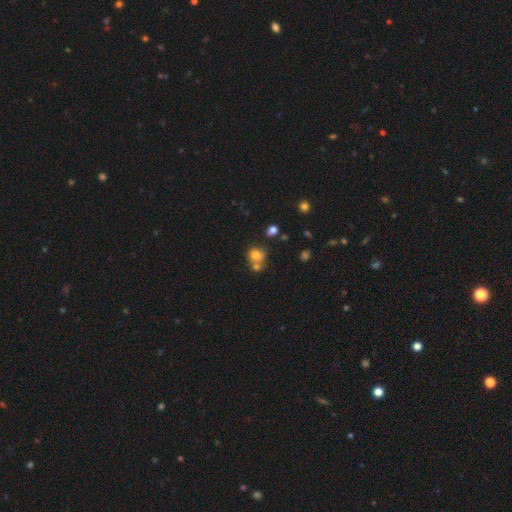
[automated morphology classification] Q: Smooth or featured?
A: smooth (75%); runner-up: star or artifact (13%)
Q: How rounded?
A: round (77%); runner-up: in between (22%)
Q: Merging?
A: none (44%); runner-up: merger (41%)